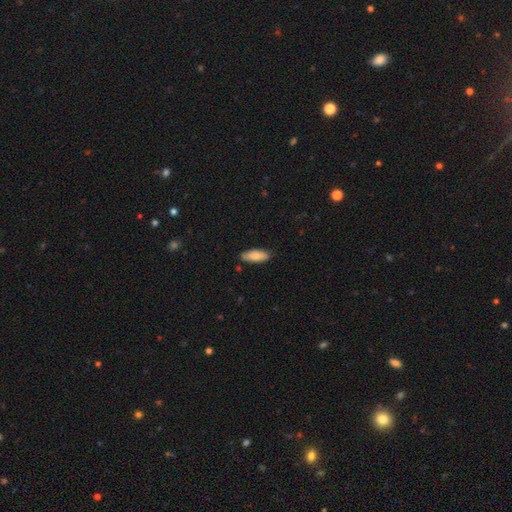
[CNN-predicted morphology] This is clearly a smooth galaxy (83%). How rounded: likely in between (73%). Merging: clearly none (81%).